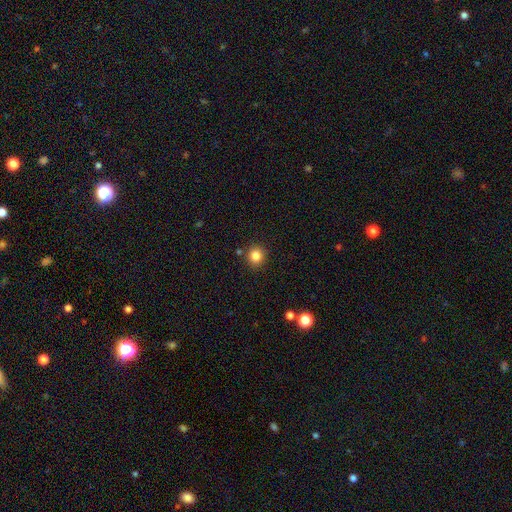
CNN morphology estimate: Smooth or featured: smooth — 84% (star or artifact — 11%)
How rounded: round — 89% (in between — 10%)
Merging: none — 87% (minor disturbance — 7%)